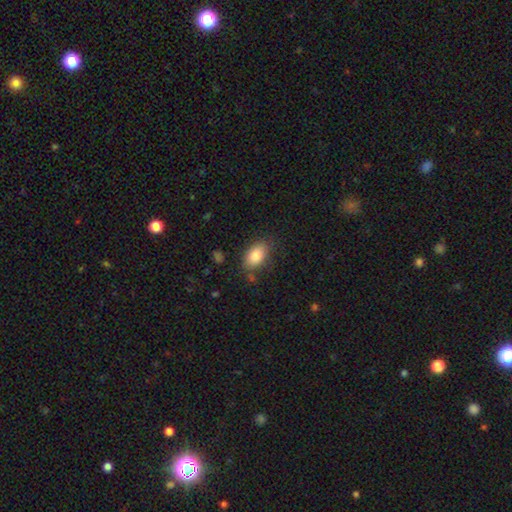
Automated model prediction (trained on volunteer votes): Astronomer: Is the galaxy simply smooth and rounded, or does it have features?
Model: smooth — 83%.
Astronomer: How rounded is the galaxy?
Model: in between — 90%.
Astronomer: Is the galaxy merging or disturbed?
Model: none — 78%.